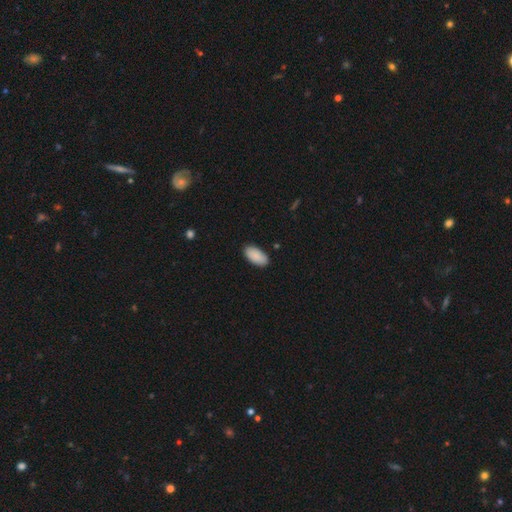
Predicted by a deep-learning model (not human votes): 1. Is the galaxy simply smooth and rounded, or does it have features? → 91% smooth, 6% star or artifact, 3% featured or disk.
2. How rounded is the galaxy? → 95% in between, 3% cigar-shaped, 2% round.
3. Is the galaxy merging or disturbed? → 87% none, 10% minor disturbance, 2% major disturbance, 1% merger.